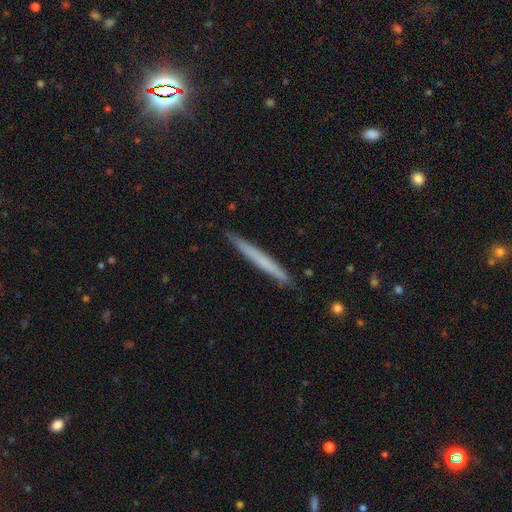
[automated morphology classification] Smooth or featured?
  - smooth: 56% *
  - featured or disk: 35%
  - star or artifact: 9%
How rounded?
  - cigar-shaped: 97% *
  - in between: 2%
  - round: 1%
Merging?
  - none: 91% *
  - minor disturbance: 7%
  - major disturbance: 1%
  - merger: 1%